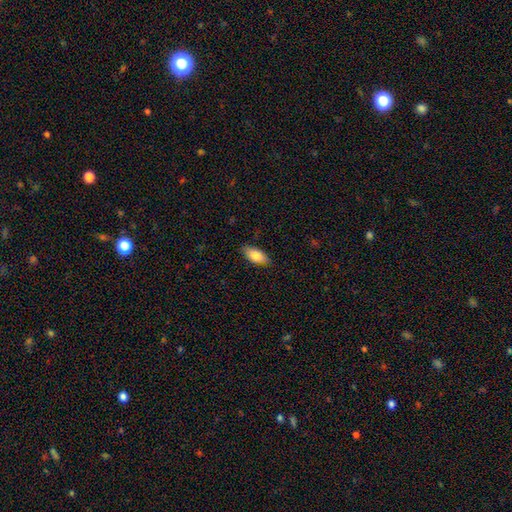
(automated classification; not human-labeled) smooth 81%, featured or disk 12%, star or artifact 6%. Down the decision tree: how rounded — in between (89%); merging — none (84%).